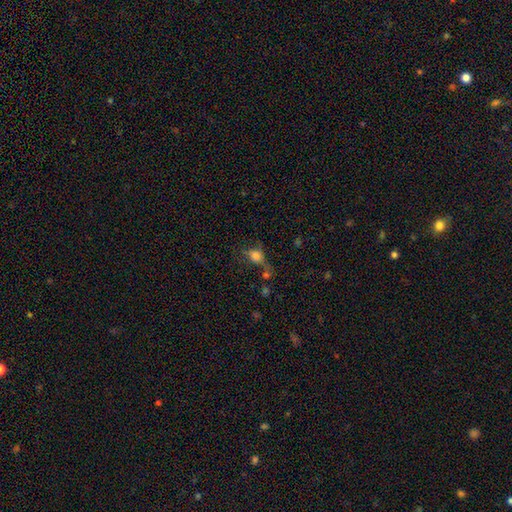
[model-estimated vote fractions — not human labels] This appears to be a smooth galaxy with no disk features (70%) that is round (60%). Merging: none (42%).